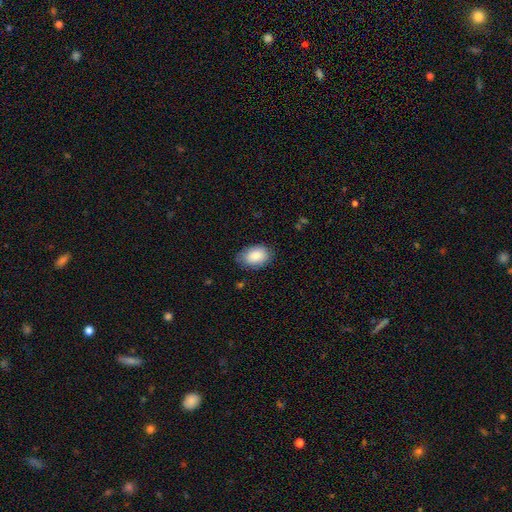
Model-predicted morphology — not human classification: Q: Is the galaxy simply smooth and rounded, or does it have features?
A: smooth — 87%.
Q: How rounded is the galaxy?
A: in between — 85%.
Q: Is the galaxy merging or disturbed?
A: none — 77%.